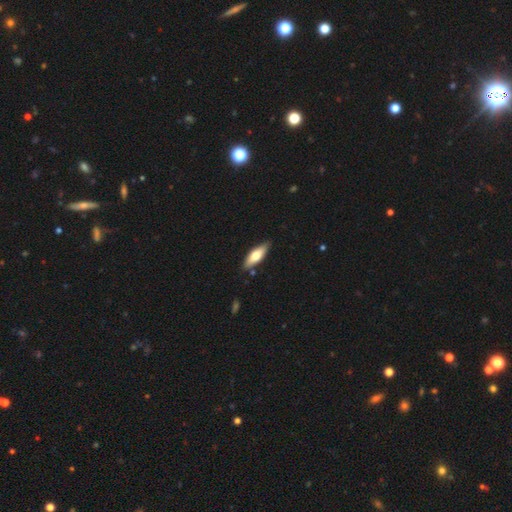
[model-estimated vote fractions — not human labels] A smooth galaxy with no disk features (61%) that is in between round and cigar-shaped (57%).

Vote fractions:
- Smooth or featured? smooth: 61% / featured or disk: 33% / star or artifact: 5%
- How rounded? in between: 57% / cigar-shaped: 41% / round: 2%
- Merging? none: 85% / minor disturbance: 11% / merger: 2% / major disturbance: 2%